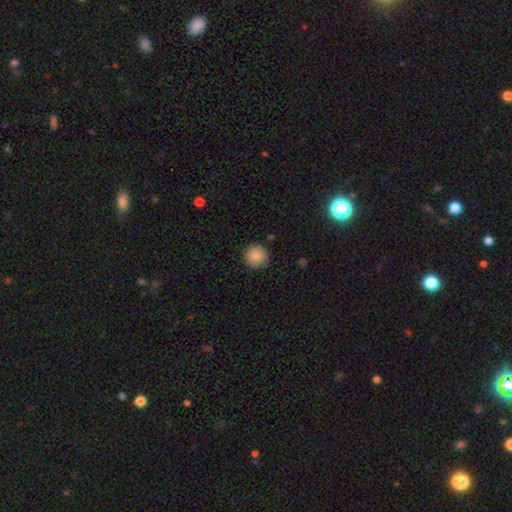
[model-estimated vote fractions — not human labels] Smooth or featured?
  - smooth: 86% *
  - star or artifact: 8%
  - featured or disk: 6%
How rounded?
  - round: 95% *
  - in between: 4%
  - cigar-shaped: 1%
Merging?
  - none: 89% *
  - minor disturbance: 8%
  - major disturbance: 2%
  - merger: 1%